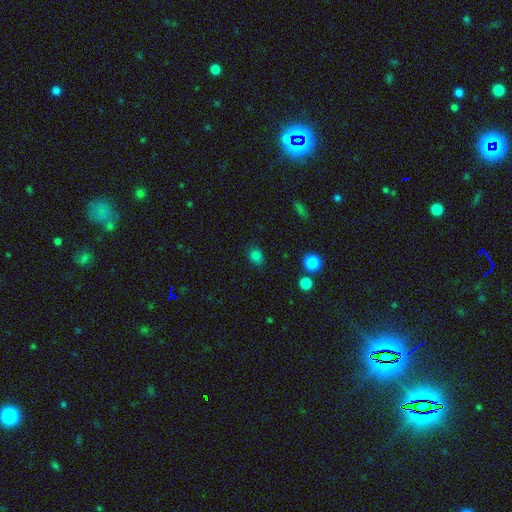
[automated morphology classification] type=smooth (81%); roundness=round (69%); merging=none (83%).